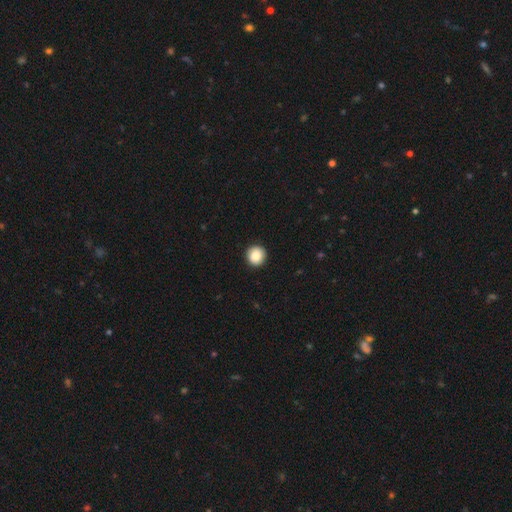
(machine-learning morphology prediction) Overall: smooth (86%). How rounded: round (94%). Merging: none (92%).